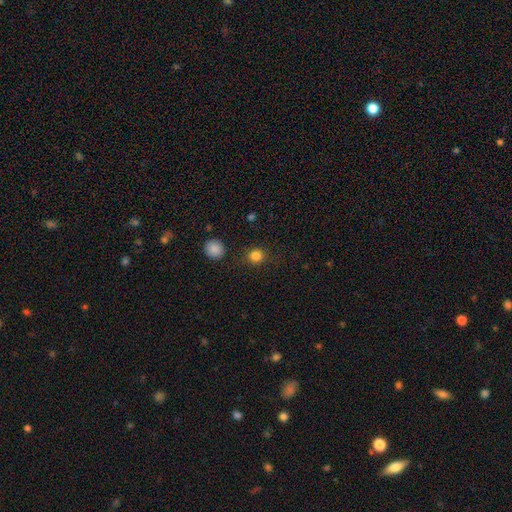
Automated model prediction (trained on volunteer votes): Smooth or featured? smooth (83%)
How rounded? round (89%)
Merging? none (86%)